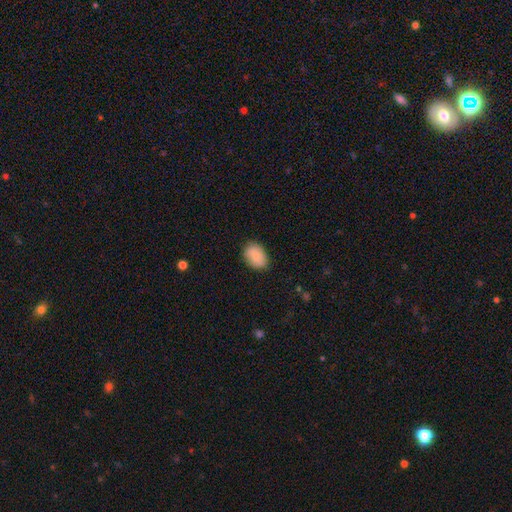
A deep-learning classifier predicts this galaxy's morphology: Overall: smooth (85%). How rounded: in between (83%). Merging: none (80%).